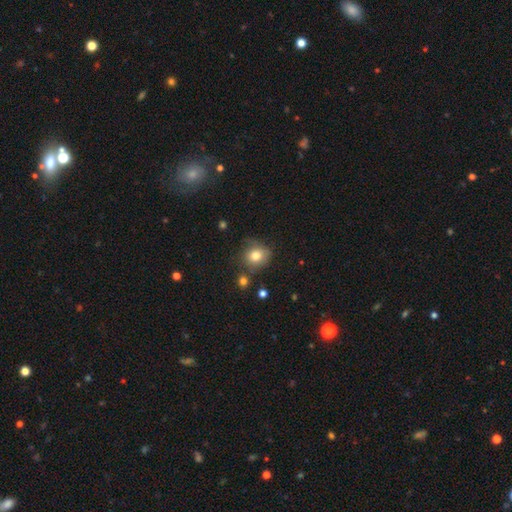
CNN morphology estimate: This is likely a smooth galaxy (79%). How rounded: likely round (79%). Merging: likely none (65%).